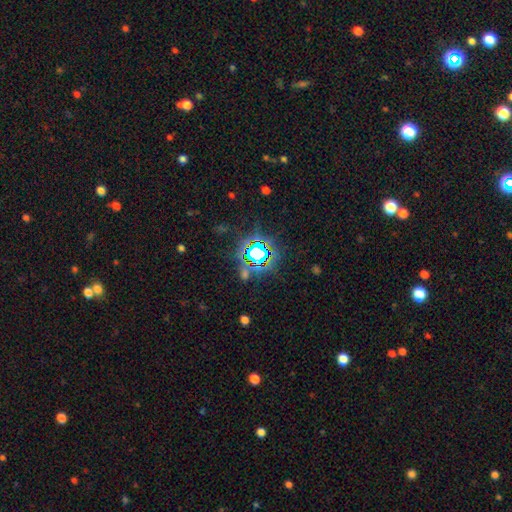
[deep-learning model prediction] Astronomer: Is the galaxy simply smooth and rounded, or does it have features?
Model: star or artifact — 73%.